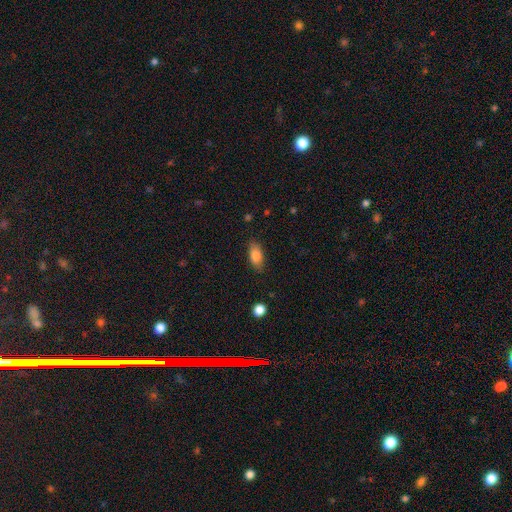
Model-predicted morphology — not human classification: This appears to be a smooth galaxy with no disk features (82%) that is in between round and cigar-shaped (87%). Merging: none (84%).